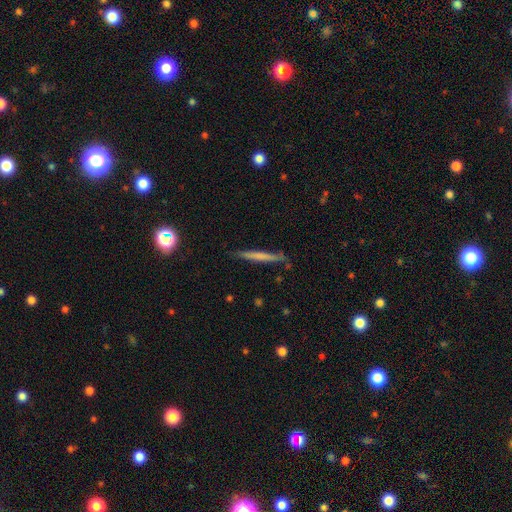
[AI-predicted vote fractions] Morphology: type=smooth (44%, tied with featured or disk); merging=none (86%).